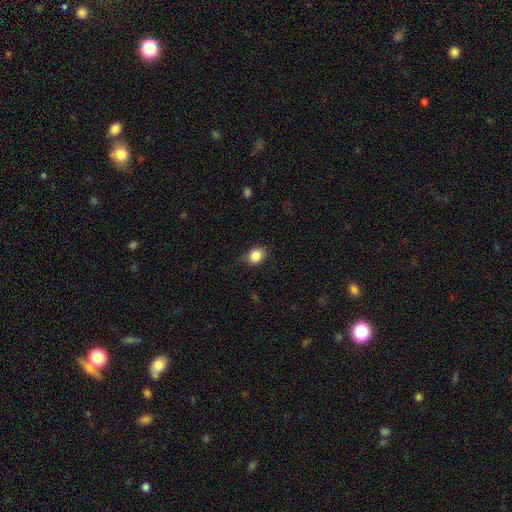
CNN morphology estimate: Smooth or featured: smooth — 85% (star or artifact — 9%)
How rounded: round — 55% (in between — 44%)
Merging: none — 75% (minor disturbance — 20%)